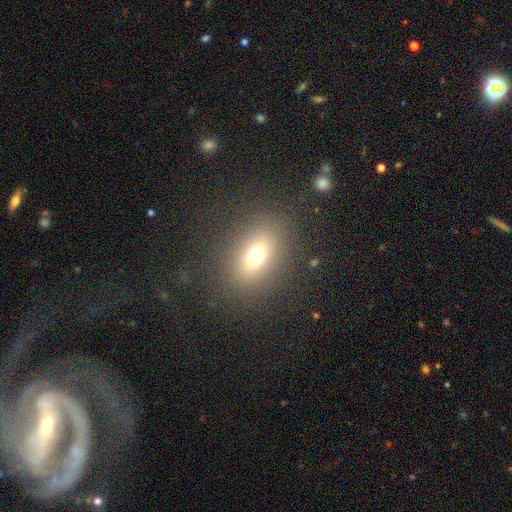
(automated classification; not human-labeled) The model was most divided on "smooth or featured": smooth: 69%, featured or disk: 17%, star or artifact: 14%. More confident: merging — none (85%); how rounded — in between (74%).